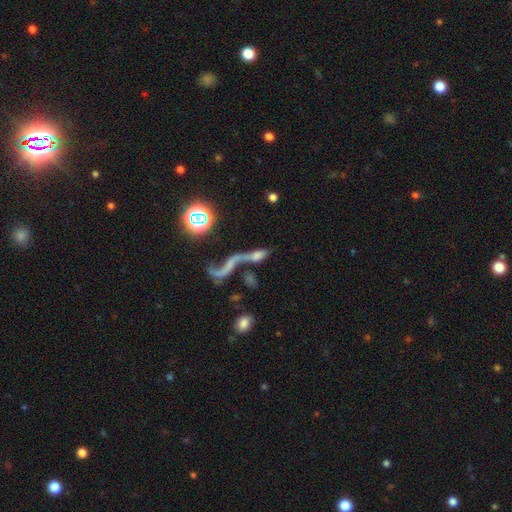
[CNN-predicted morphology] Smooth or featured: featured or disk — 52% (smooth — 28%)
Edge-on disk: no — 84% (yes — 16%)
Merging: merger — 48% (none — 25%)